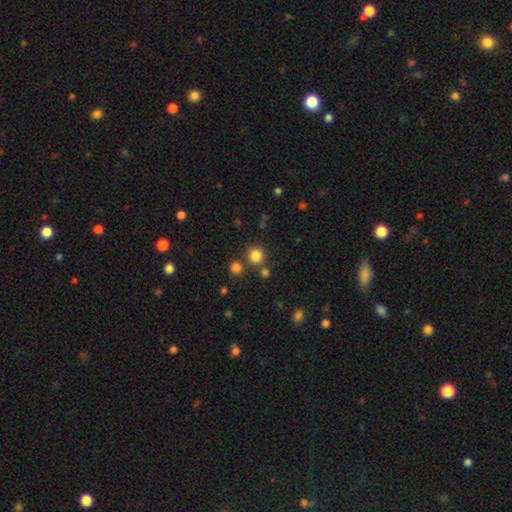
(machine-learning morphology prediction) This appears to be a smooth galaxy with no disk features (82%) that is round (92%). Merging: none (79%).